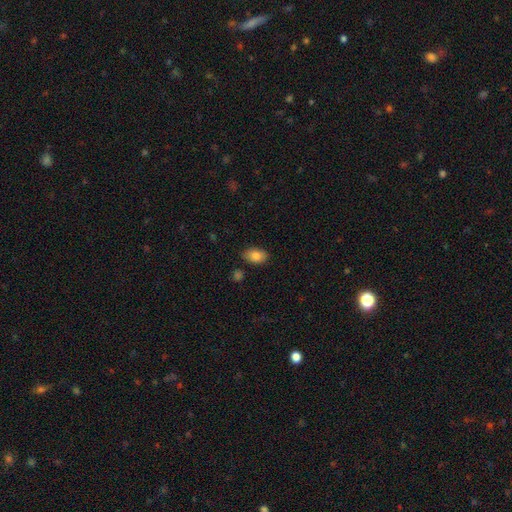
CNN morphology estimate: smooth-or-featured: smooth: 83% | featured or disk: 9% | star or artifact: 8%
  how-rounded: in between: 89% | round: 10% | cigar-shaped: 1%
  merging: none: 84% | minor disturbance: 12% | major disturbance: 2% | merger: 2%